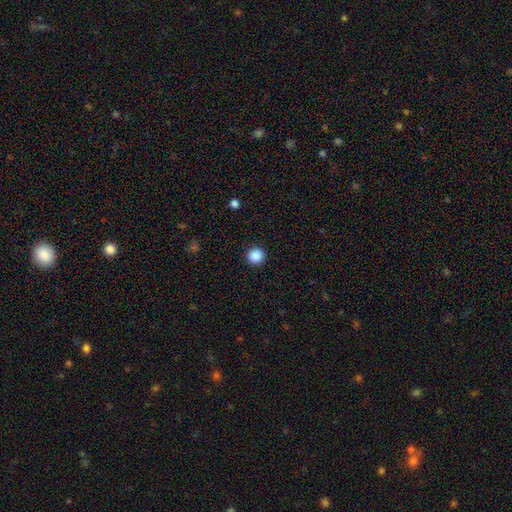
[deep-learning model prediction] The model was most divided on "smooth or featured": smooth: 87%, star or artifact: 10%, featured or disk: 3%. More confident: how rounded — round (95%); merging — none (93%).